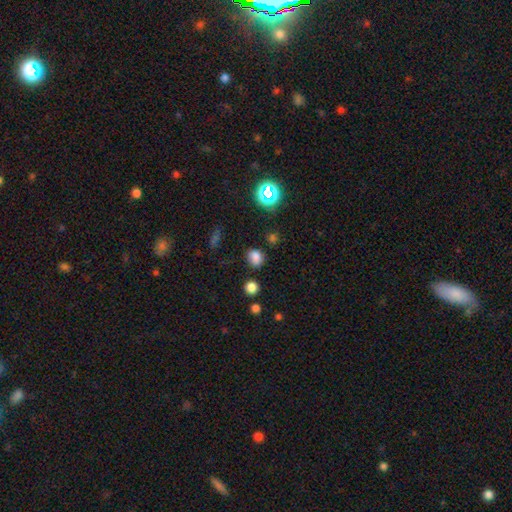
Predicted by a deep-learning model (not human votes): This appears to be a smooth galaxy with no disk features (75%) that is round (52%). Merging: none (76%).